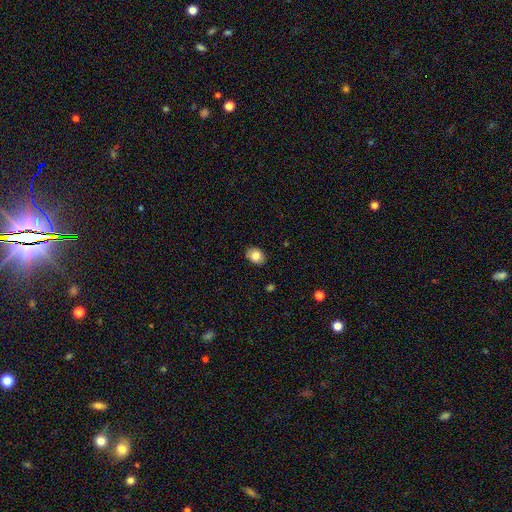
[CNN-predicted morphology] Smooth or featured? Predicted: smooth (p=0.84). How rounded? Predicted: in between (p=0.67). Merging? Predicted: none (p=0.87).